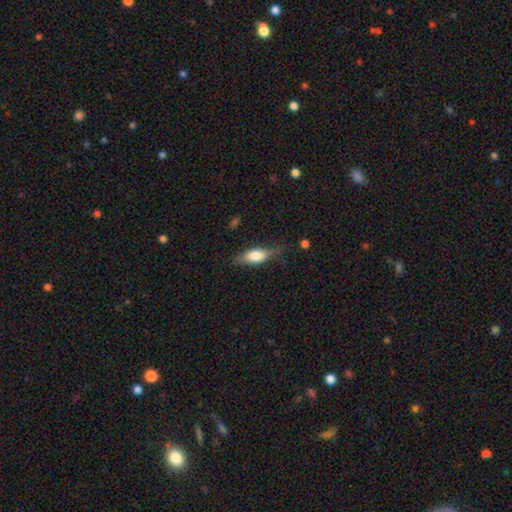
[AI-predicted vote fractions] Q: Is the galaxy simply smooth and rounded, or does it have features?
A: smooth — 62%.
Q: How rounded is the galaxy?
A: in between — 69%.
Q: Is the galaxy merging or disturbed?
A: none — 66%.